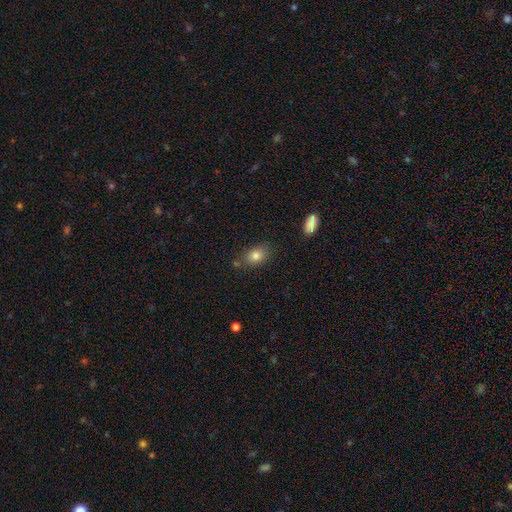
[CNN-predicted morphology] This appears to be a smooth galaxy with no disk features (82%) that is in between round and cigar-shaped (77%). Merging: none (74%).